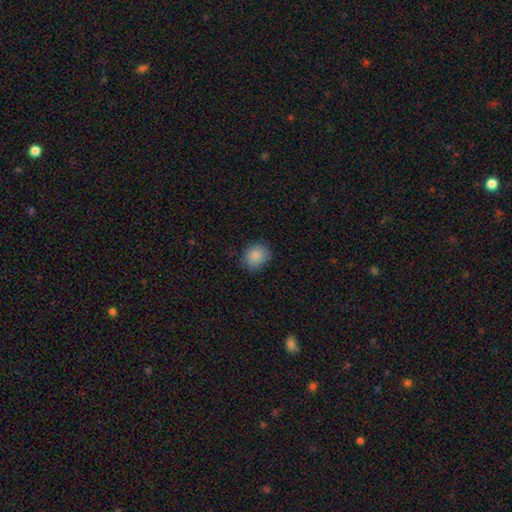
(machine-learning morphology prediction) Smooth or featured?
  - smooth: 87% *
  - star or artifact: 9%
  - featured or disk: 5%
How rounded?
  - round: 69% *
  - in between: 30%
  - cigar-shaped: 1%
Merging?
  - none: 79% *
  - minor disturbance: 16%
  - major disturbance: 4%
  - merger: 1%